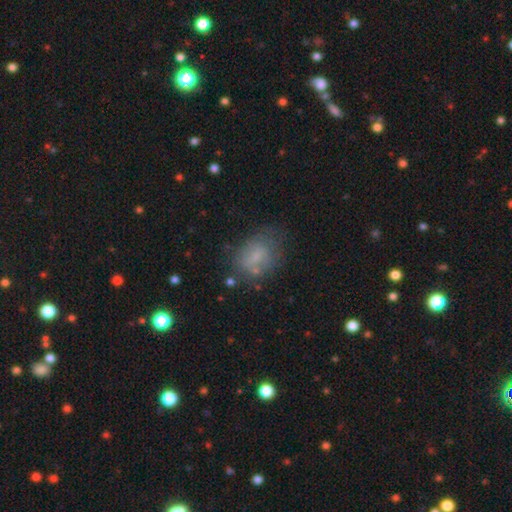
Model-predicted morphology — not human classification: Q: Smooth or featured?
A: smooth (63%); runner-up: featured or disk (24%)
Q: How rounded?
A: in between (67%); runner-up: round (31%)
Q: Merging?
A: none (55%); runner-up: minor disturbance (25%)